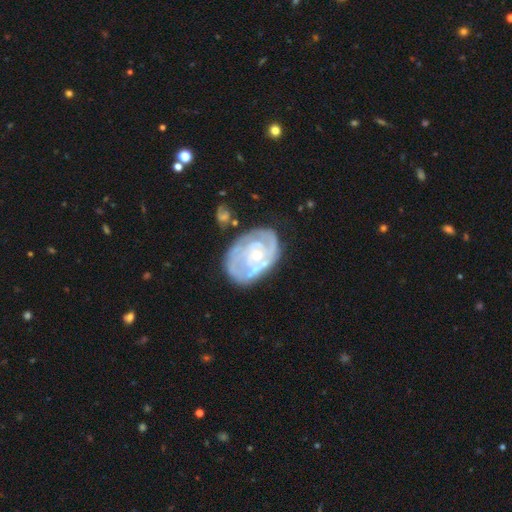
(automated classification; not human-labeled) Smooth or featured?
  - featured or disk: 79% *
  - smooth: 15%
  - star or artifact: 6%
Edge-on disk?
  - no: 97% *
  - yes: 3%
Bar?
  - no: 78% *
  - weak: 18%
  - strong: 4%
Spiral arms?
  - yes: 79% *
  - no: 21%
Spiral winding?
  - tight: 66% *
  - medium: 25%
  - loose: 9%
Spiral arm count?
  - can't tell: 42% *
  - 2: 28%
  - 3: 13%
  - 1: 9%
  - 4: 5%
  - more than 4: 4%
Bulge size?
  - small: 63% *
  - moderate: 30%
  - none: 3%
  - large: 2%
  - dominant: 1%
Merging?
  - none: 57% *
  - minor disturbance: 23%
  - major disturbance: 12%
  - merger: 8%